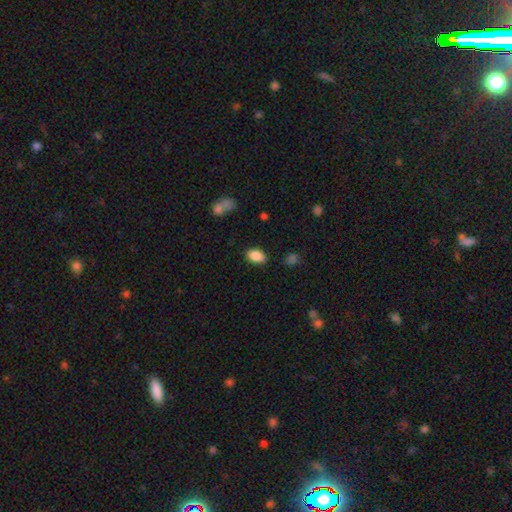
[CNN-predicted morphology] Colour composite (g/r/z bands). It shows a smooth galaxy with no disk features (88%) that is in between round and cigar-shaped (90%). Merging: none (83%).